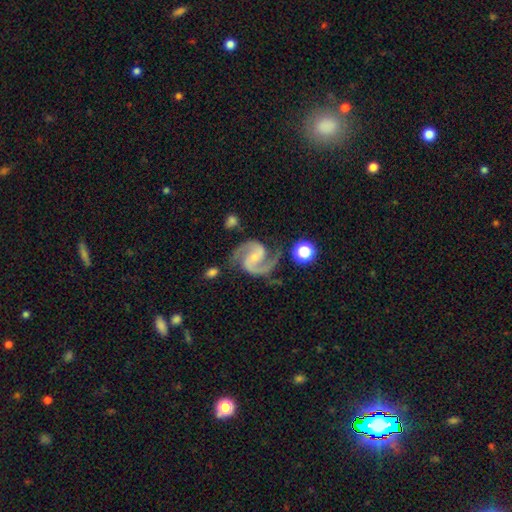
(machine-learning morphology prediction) Smooth or featured: featured or disk — 93% (star or artifact — 4%)
Edge-on disk: no — 98% (yes — 2%)
Bar: weak — 41% (strong — 30%)
Spiral arms: yes — 99% (no — 1%)
Spiral winding: medium — 65% (tight — 21%)
Spiral arm count: 2 — 94% (3 — 1%)
Bulge size: small — 67% (moderate — 22%)
Merging: none — 77% (minor disturbance — 14%)